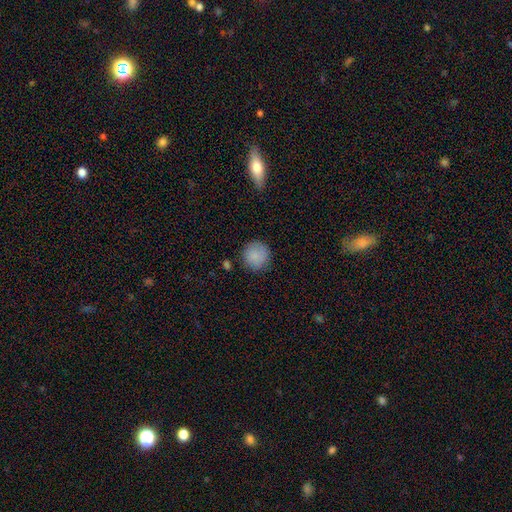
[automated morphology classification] Q: Smooth or featured?
A: smooth (87%); runner-up: star or artifact (8%)
Q: How rounded?
A: round (94%); runner-up: in between (5%)
Q: Merging?
A: none (85%); runner-up: minor disturbance (10%)